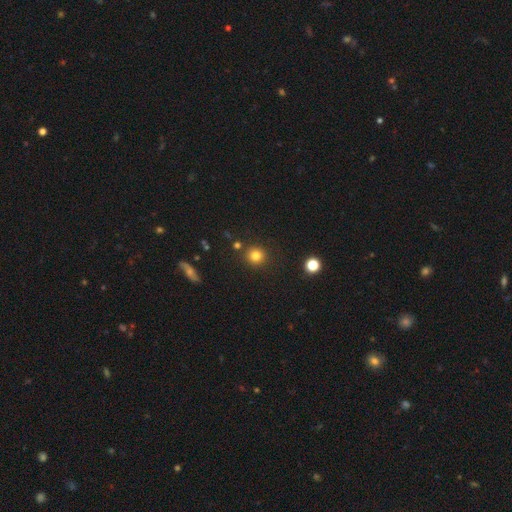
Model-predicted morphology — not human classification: smooth 81%, star or artifact 13%, featured or disk 6%. Down the decision tree: how rounded — round (92%); merging — none (86%).